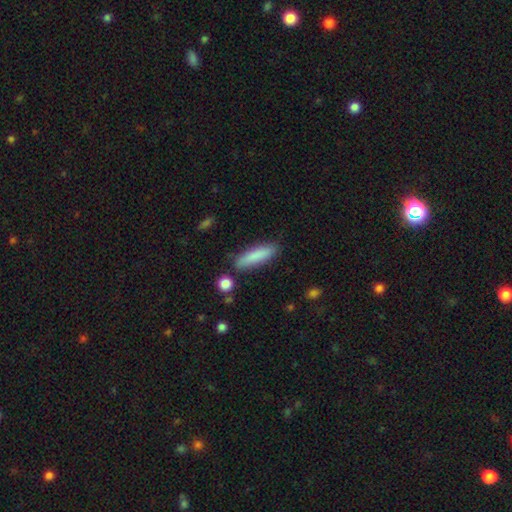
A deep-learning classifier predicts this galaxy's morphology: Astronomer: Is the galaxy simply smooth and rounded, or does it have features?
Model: smooth — 83%.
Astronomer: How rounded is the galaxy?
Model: cigar-shaped — 71%.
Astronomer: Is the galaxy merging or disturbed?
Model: none — 83%.